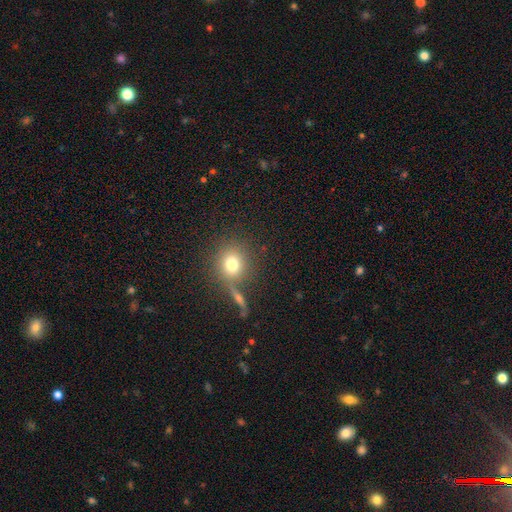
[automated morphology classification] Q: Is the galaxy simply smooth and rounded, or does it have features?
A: smooth — 59%.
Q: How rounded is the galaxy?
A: round — 90%.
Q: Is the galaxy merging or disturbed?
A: none — 75%.